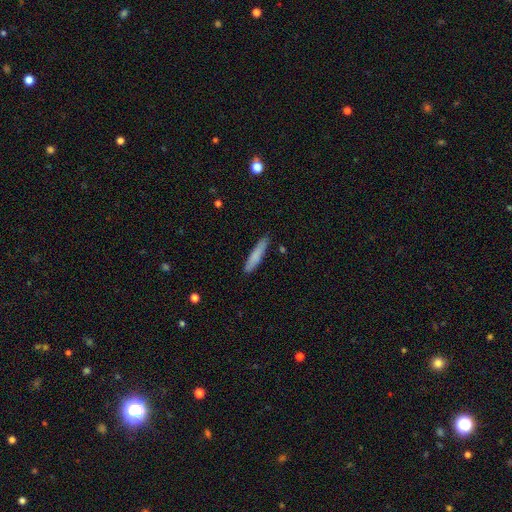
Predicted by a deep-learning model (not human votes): smooth 79%, featured or disk 15%, star or artifact 6%. Down the decision tree: how rounded — cigar-shaped (90%); merging — none (86%).